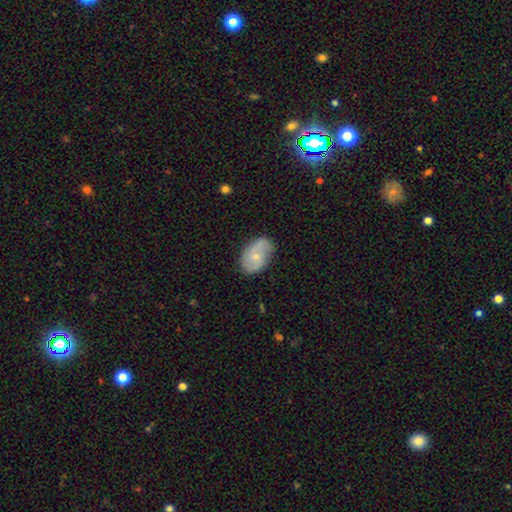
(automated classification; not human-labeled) Morphology: type=featured or disk (58%); edge-on=no (96%); bar=no (61%); spiral arms=yes (84%); bulge=small (63%); merging=none (70%).